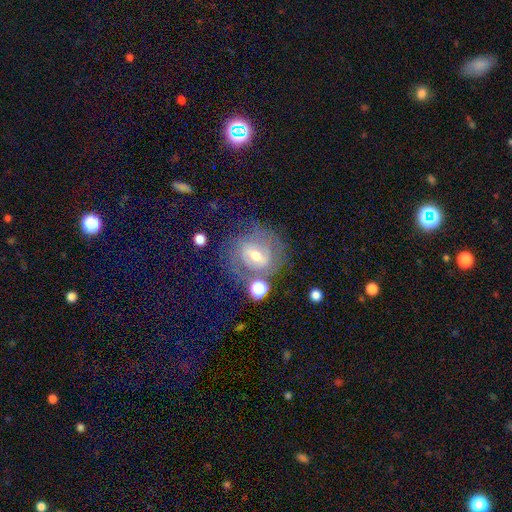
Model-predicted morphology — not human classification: This appears to be a featured or disk galaxy (68%) with a weak bar (51%), spiral arms (77%) and a moderate central bulge (59%). Merging: none (62%).